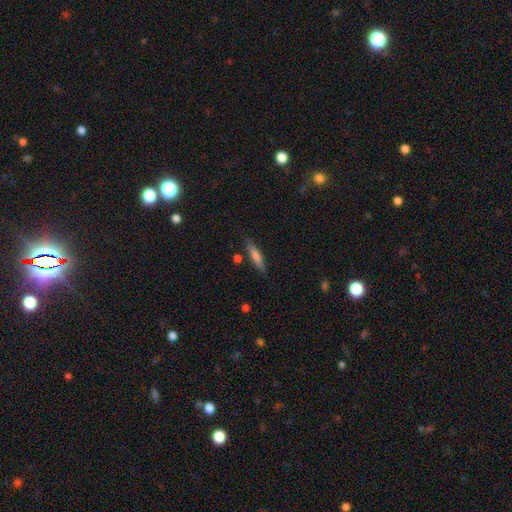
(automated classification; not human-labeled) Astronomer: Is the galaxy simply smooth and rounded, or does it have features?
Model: smooth — 63%.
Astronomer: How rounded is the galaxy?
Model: cigar-shaped — 82%.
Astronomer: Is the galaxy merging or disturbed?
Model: none — 84%.